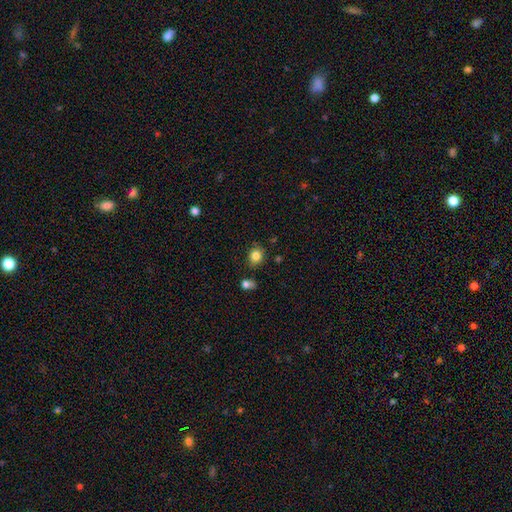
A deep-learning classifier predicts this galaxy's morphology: smooth-or-featured: smooth: 83% | star or artifact: 10% | featured or disk: 6%
  how-rounded: round: 69% | in between: 30% | cigar-shaped: 1%
  merging: none: 80% | minor disturbance: 13% | merger: 4% | major disturbance: 3%